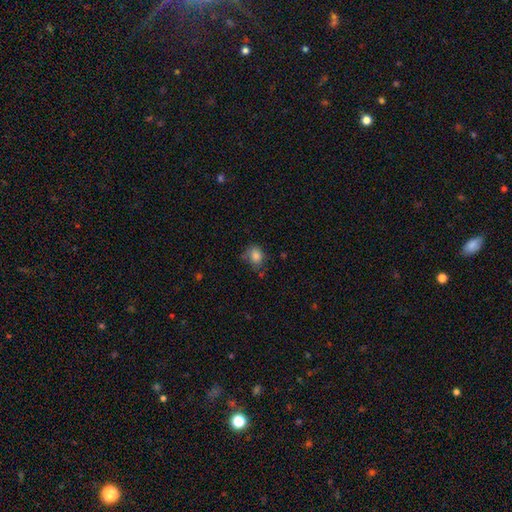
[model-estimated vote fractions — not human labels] smooth_or_featured: smooth (p=0.83) [alt: star or artifact p=0.10]
how_rounded: round (p=0.51) [alt: in between p=0.48]
merging: none (p=0.59) [alt: minor disturbance p=0.27]